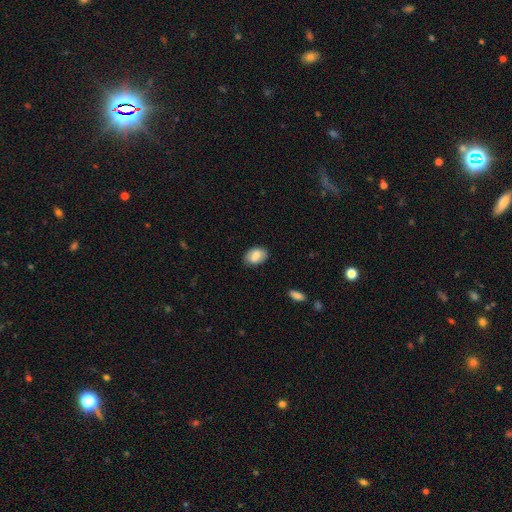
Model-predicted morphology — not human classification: type=smooth (81%); roundness=in between (84%); merging=none (84%).